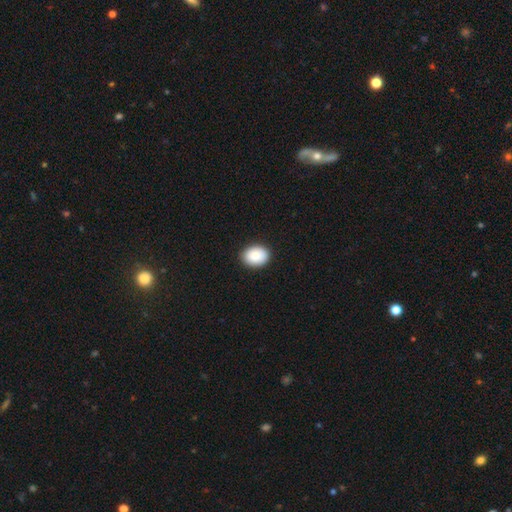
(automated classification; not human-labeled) smooth_or_featured: smooth (p=0.87) [alt: star or artifact p=0.07]
how_rounded: in between (p=0.59) [alt: round p=0.40]
merging: none (p=0.89) [alt: minor disturbance p=0.08]